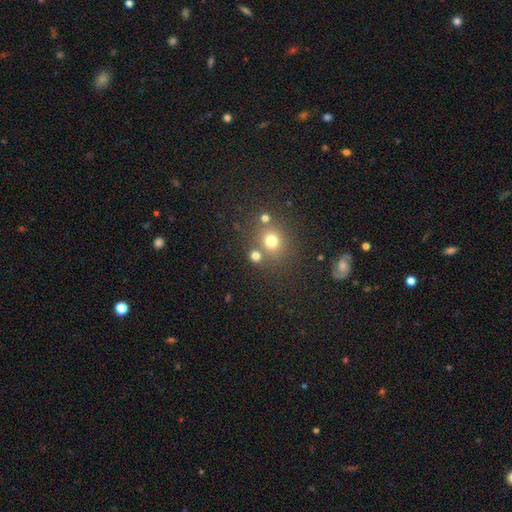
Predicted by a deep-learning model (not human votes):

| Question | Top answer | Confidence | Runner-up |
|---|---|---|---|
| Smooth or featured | smooth | 72% | star or artifact (19%) |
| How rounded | round | 81% | in between (18%) |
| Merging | none | 68% | merger (19%) |